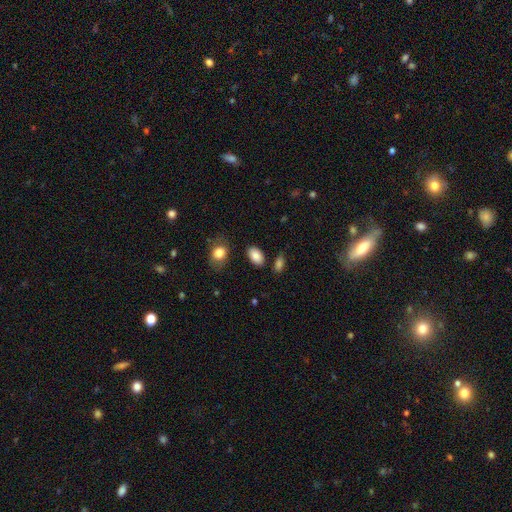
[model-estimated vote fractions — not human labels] Smooth or featured? Predicted: smooth (p=0.87). How rounded? Predicted: in between (p=0.92). Merging? Predicted: none (p=0.82).